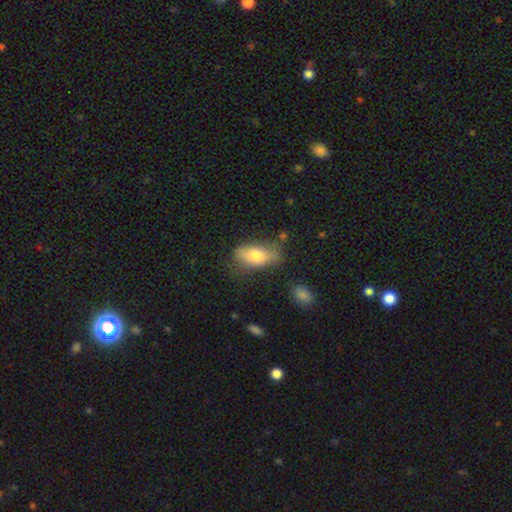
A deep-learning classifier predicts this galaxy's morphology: smooth 75%, featured or disk 18%, star or artifact 7%. Down the decision tree: how rounded — in between (89%); merging — none (59%).